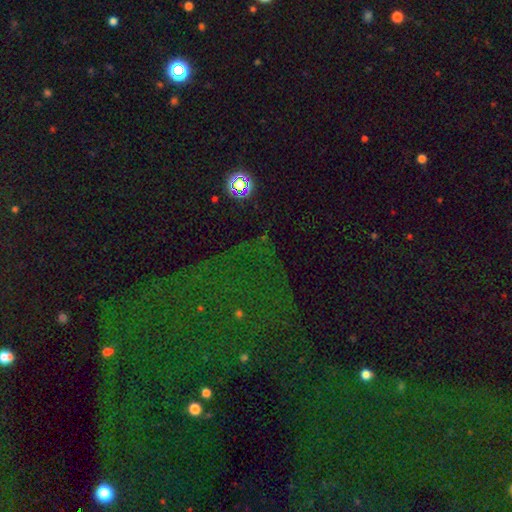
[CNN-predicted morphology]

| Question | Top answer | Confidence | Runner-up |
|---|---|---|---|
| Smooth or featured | star or artifact | 78% | smooth (13%) |